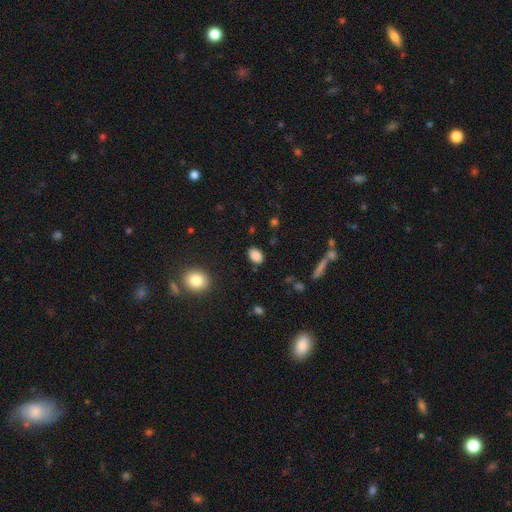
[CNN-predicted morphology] Overall: smooth (86%). How rounded: in between (82%). Merging: none (84%).